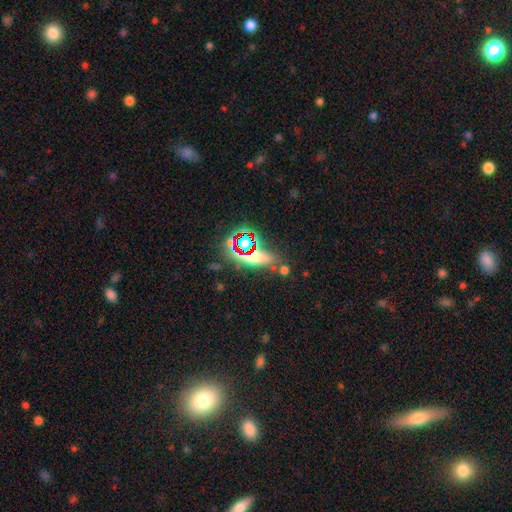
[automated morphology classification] smooth_or_featured: star or artifact (p=0.53) [alt: smooth p=0.30]